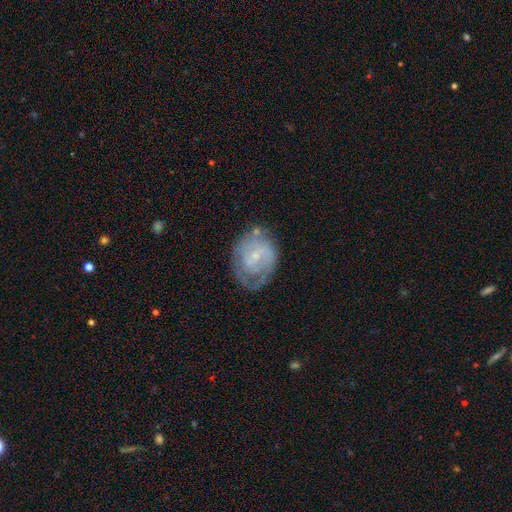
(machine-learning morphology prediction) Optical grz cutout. It shows a featured or disk galaxy (70%) with no bar (59%), tight (51%) spiral arms (76%) and a small central bulge (73%). Merging: none (52%).